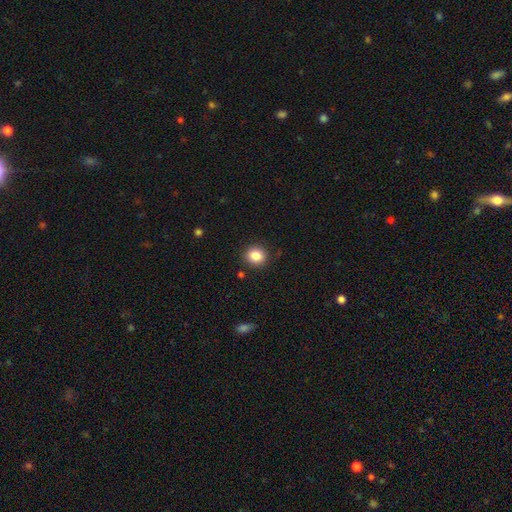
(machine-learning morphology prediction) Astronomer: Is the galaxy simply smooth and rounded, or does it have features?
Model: smooth — 86%.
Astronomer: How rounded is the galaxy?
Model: round — 81%.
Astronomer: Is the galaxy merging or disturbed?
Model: none — 88%.